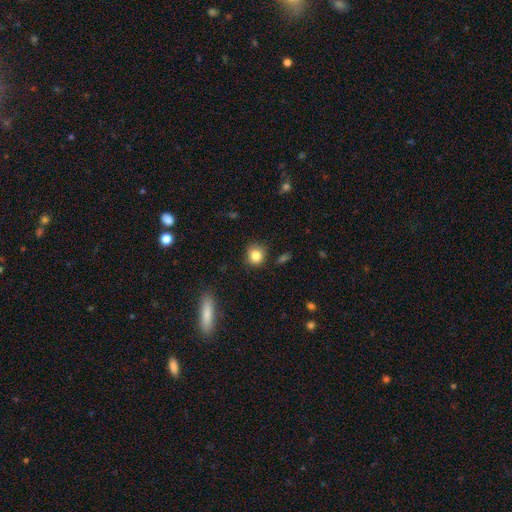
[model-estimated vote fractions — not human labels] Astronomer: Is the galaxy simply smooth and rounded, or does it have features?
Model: smooth — 84%.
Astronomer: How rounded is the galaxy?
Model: round — 83%.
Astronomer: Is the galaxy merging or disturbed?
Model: none — 84%.